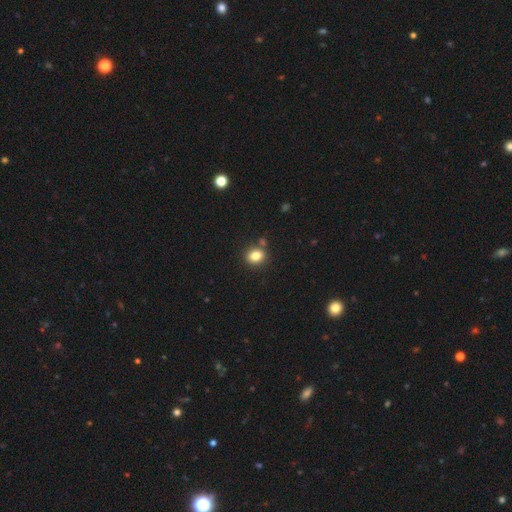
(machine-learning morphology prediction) smooth 83%, star or artifact 11%, featured or disk 6%. Down the decision tree: how rounded — round (53%); merging — none (78%).